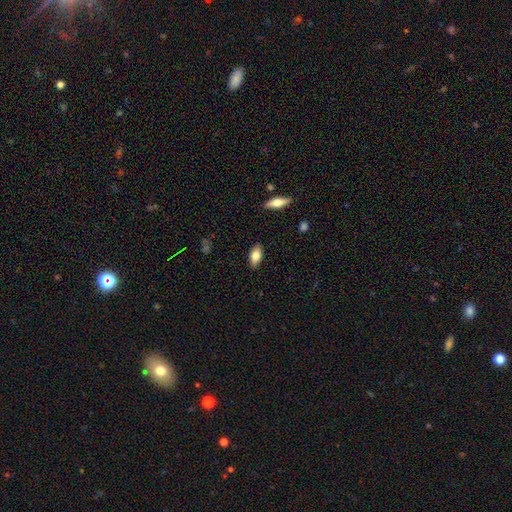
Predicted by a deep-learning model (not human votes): This appears to be a smooth galaxy with no disk features (74%) that is in between round and cigar-shaped (86%). Merging: none (87%).